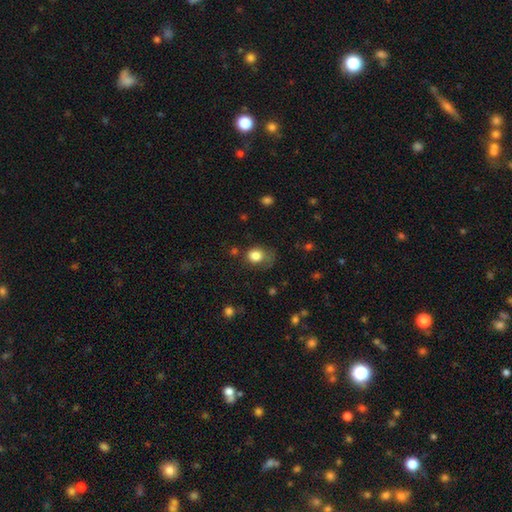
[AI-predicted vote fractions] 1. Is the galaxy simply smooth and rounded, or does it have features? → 82% smooth, 10% star or artifact, 8% featured or disk.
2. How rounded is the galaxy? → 62% round, 37% in between, 1% cigar-shaped.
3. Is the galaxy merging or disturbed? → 49% none, 29% minor disturbance, 18% major disturbance, 4% merger.